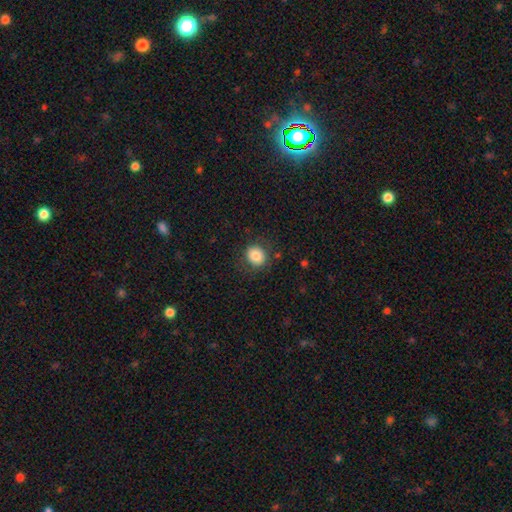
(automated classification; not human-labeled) Smooth or featured?
  - smooth: 82% *
  - star or artifact: 10%
  - featured or disk: 8%
How rounded?
  - round: 78% *
  - in between: 21%
  - cigar-shaped: 1%
Merging?
  - none: 83% *
  - minor disturbance: 11%
  - major disturbance: 5%
  - merger: 1%